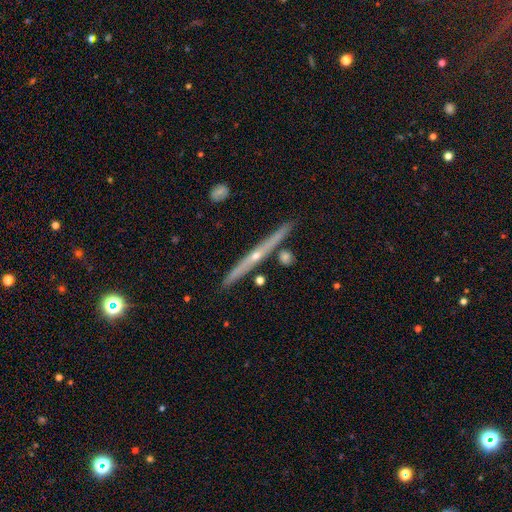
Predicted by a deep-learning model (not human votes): Smooth or featured? Predicted: featured or disk (p=0.73). Edge-on disk? Predicted: yes (p=0.97). Edge-on bulge? Predicted: rounded (p=0.71). Merging? Predicted: none (p=0.86).